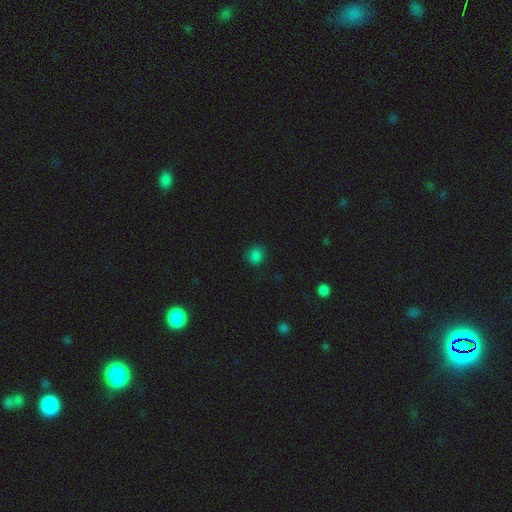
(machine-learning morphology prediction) Overall: smooth (81%). How rounded: round (75%). Merging: none (79%).